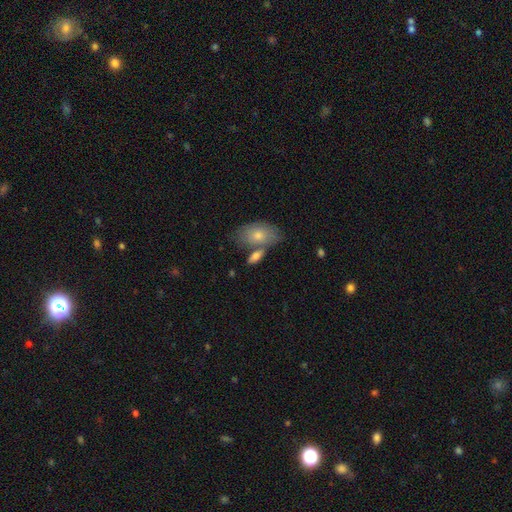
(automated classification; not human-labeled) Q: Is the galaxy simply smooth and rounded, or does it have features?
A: smooth — 76%.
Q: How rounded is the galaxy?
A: in between — 83%.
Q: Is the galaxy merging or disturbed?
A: none — 51%.